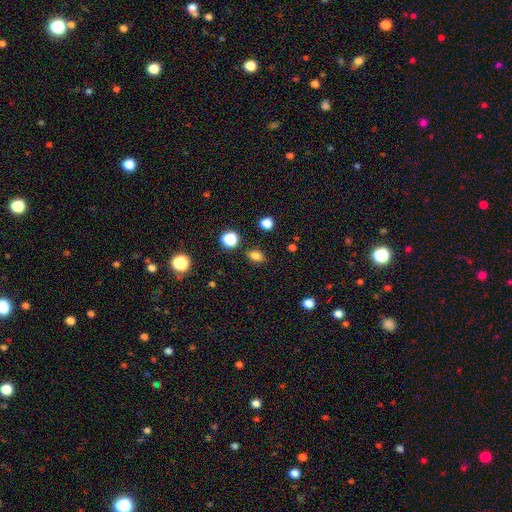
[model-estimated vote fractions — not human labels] Smooth or featured?
  - smooth: 80% *
  - star or artifact: 15%
  - featured or disk: 5%
How rounded?
  - in between: 71% *
  - round: 27%
  - cigar-shaped: 2%
Merging?
  - none: 85% *
  - minor disturbance: 10%
  - major disturbance: 3%
  - merger: 3%